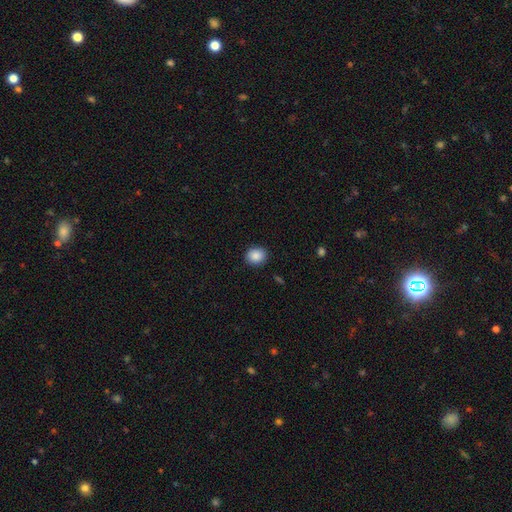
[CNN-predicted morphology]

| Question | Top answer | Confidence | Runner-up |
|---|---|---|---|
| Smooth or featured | smooth | 88% | star or artifact (8%) |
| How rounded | round | 66% | in between (33%) |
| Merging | none | 90% | minor disturbance (7%) |